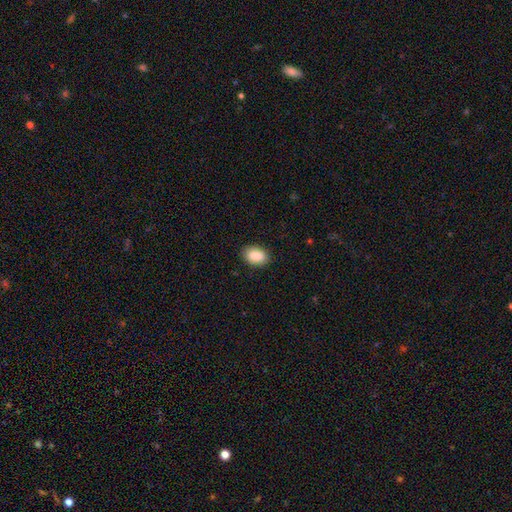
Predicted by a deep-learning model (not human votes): Smooth or featured? smooth (87%)
How rounded? in between (84%)
Merging? none (88%)